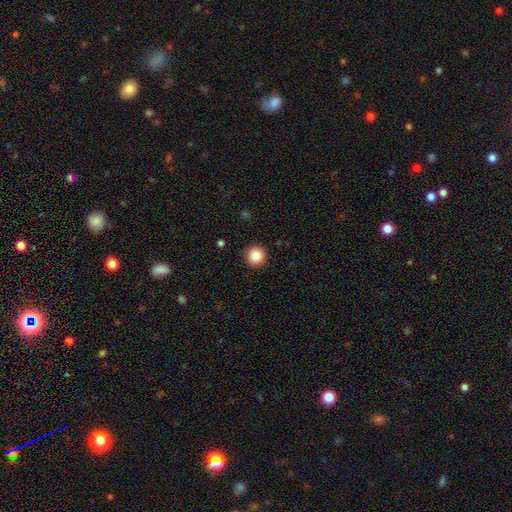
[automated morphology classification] smooth 88%, star or artifact 9%, featured or disk 3%. Down the decision tree: how rounded — round (93%); merging — none (91%).